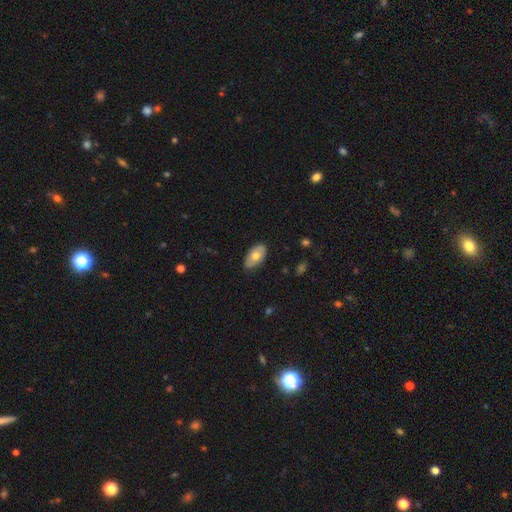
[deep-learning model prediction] This is likely a smooth galaxy (61%). How rounded: clearly in between (93%). Merging: clearly none (81%).